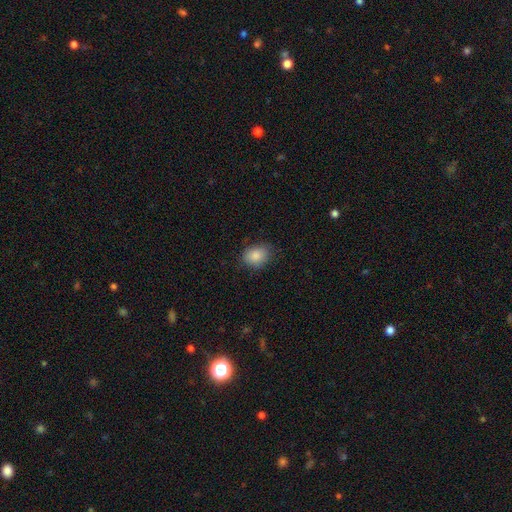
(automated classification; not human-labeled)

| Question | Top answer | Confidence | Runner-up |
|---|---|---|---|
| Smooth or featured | smooth | 85% | star or artifact (8%) |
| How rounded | in between | 55% | round (44%) |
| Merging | none | 77% | minor disturbance (18%) |